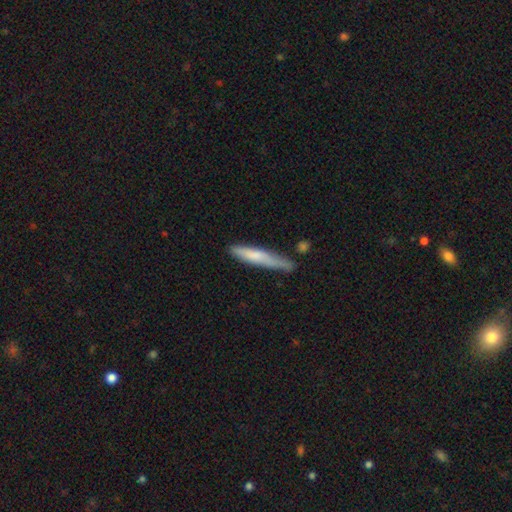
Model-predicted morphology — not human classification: smooth 68%, featured or disk 27%, star or artifact 6%. Down the decision tree: how rounded — cigar-shaped (92%); merging — none (63%).